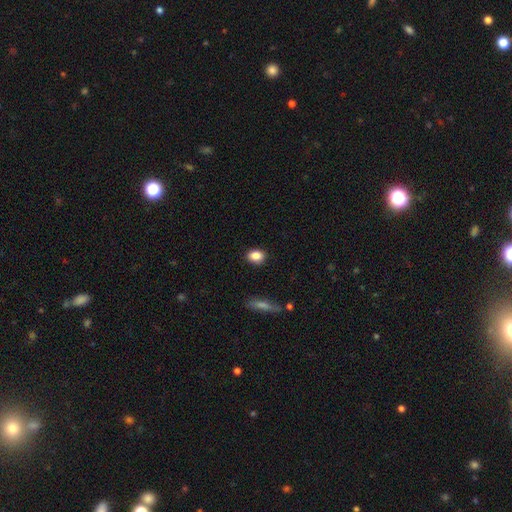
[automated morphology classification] Smooth or featured? smooth (86%)
How rounded? in between (64%)
Merging? none (88%)